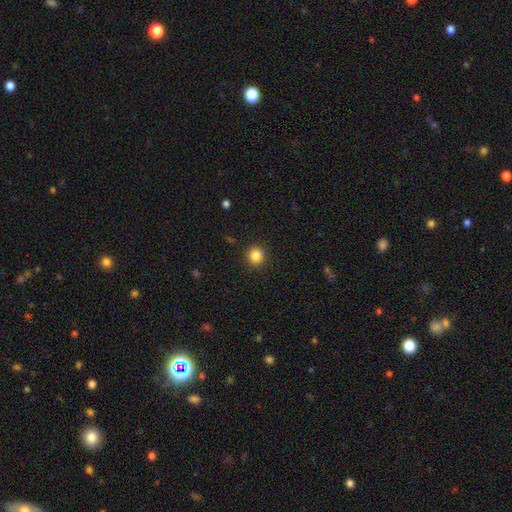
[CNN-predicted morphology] This is clearly a smooth galaxy (84%). How rounded: clearly round (89%). Merging: clearly none (89%).